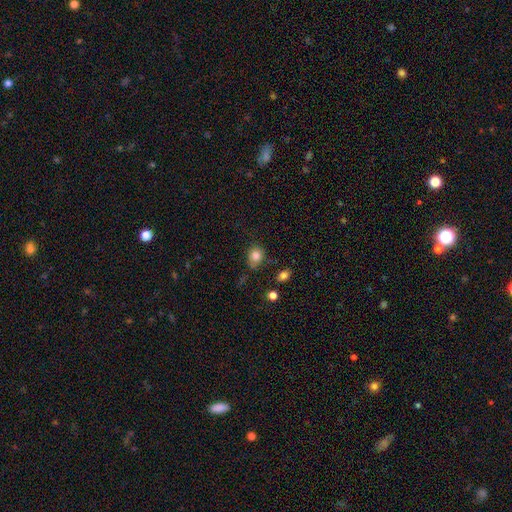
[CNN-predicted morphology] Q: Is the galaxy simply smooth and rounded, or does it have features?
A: smooth — 83%.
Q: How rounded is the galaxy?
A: round — 56%.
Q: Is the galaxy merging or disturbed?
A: none — 59%.